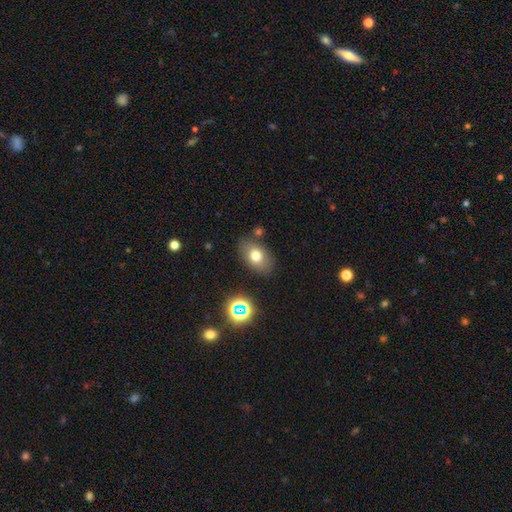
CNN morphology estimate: A smooth galaxy with no disk features (74%) that is in between round and cigar-shaped (82%). Merging: none (79%).